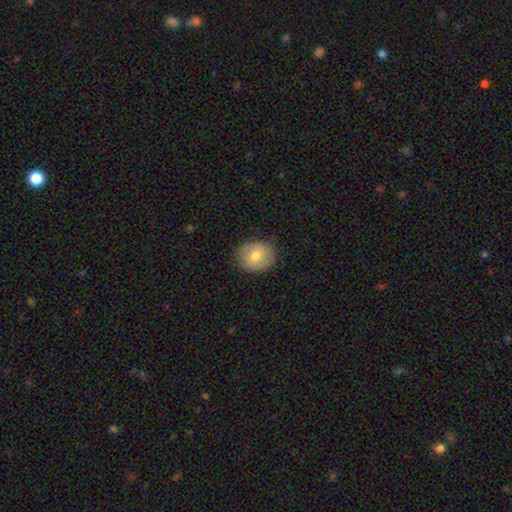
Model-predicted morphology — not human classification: Smooth or featured: smooth — 74% (featured or disk — 18%)
How rounded: round — 65% (in between — 34%)
Merging: none — 83% (minor disturbance — 13%)